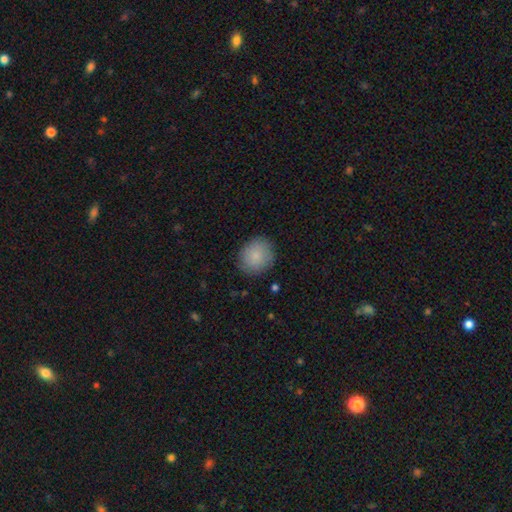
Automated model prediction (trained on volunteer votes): Morphology: type=smooth (86%); roundness=round (74%); merging=none (85%).